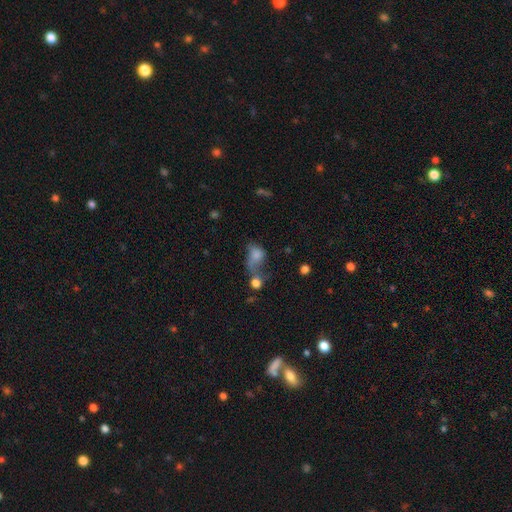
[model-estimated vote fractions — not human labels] This appears to be a smooth galaxy with no disk features (68%) that is in between round and cigar-shaped (57%). Merging: merger (38%).